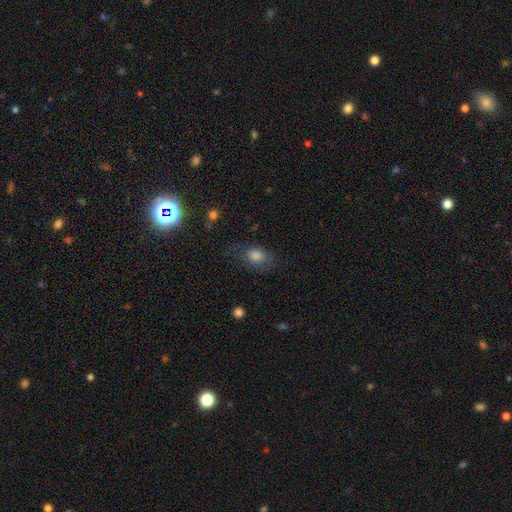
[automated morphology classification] A smooth galaxy with no disk features (71%) that is in between round and cigar-shaped (68%).

Vote fractions:
- Smooth or featured? smooth: 71% / star or artifact: 16% / featured or disk: 14%
- How rounded? in between: 68% / round: 30% / cigar-shaped: 2%
- Merging? none: 63% / minor disturbance: 22% / major disturbance: 13% / merger: 2%